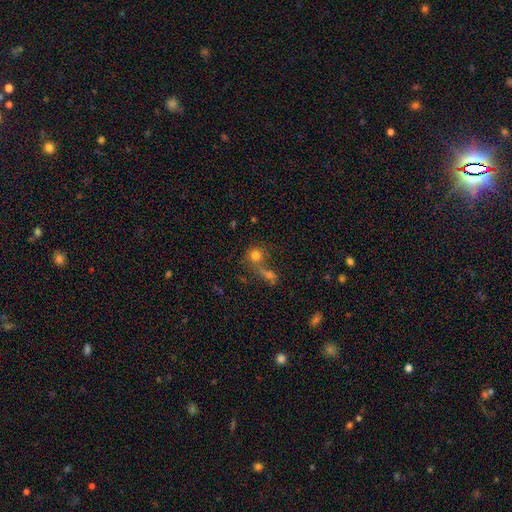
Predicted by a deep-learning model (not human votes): A smooth galaxy with no disk features (74%) that is round (86%). Merging: none (43%).